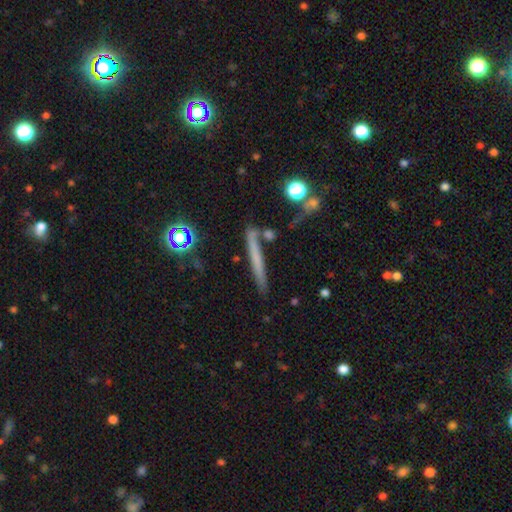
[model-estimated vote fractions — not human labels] This is possibly a smooth galaxy (47%). Merging: likely none (79%).